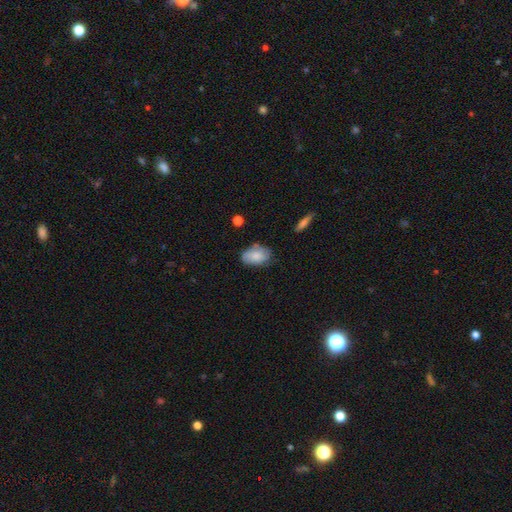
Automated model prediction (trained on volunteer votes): Morphology: type=smooth (76%); roundness=in between (88%); merging=none (66%).